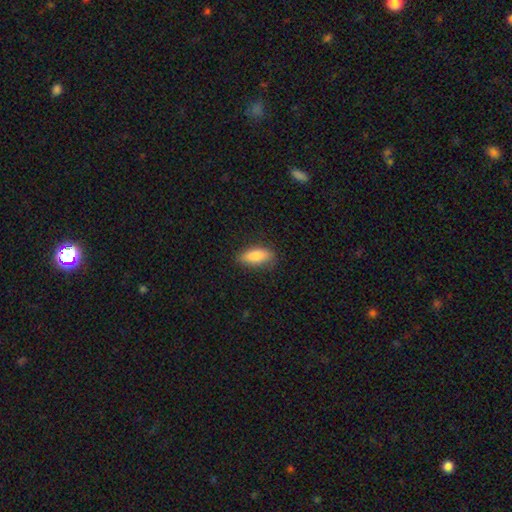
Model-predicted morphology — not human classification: This appears to be a smooth galaxy with no disk features (84%) that is in between round and cigar-shaped (73%). Merging: none (80%).